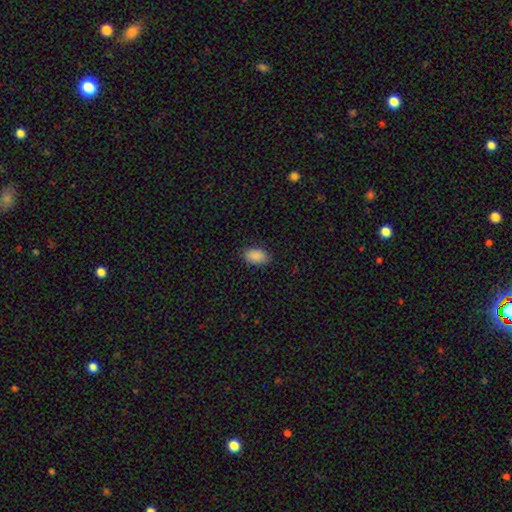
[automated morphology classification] The model was most divided on "merging": none: 87%, minor disturbance: 9%, major disturbance: 2%, merger: 1%. More confident: how rounded — in between (92%); smooth or featured — smooth (90%).